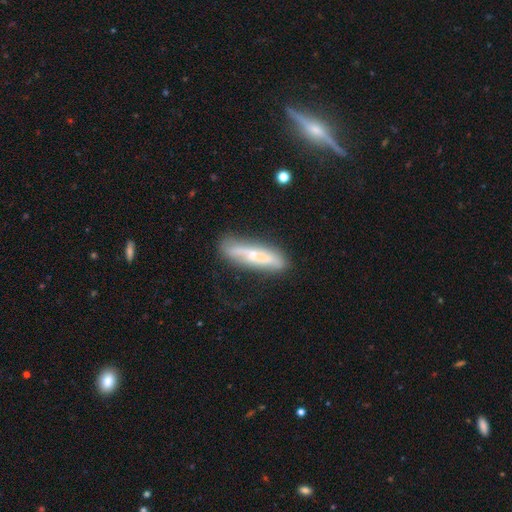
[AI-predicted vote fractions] smooth-or-featured: featured or disk: 58% | smooth: 36% | star or artifact: 7%
  disk-edge-on: yes: 61% | no: 39%
  merging: none: 73% | minor disturbance: 19% | major disturbance: 6% | merger: 3%